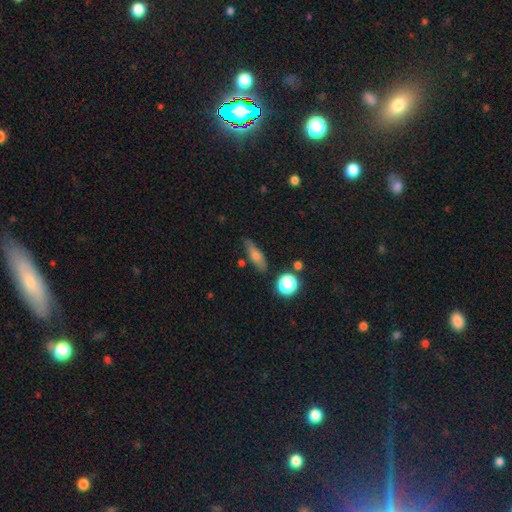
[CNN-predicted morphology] The model was most divided on "how rounded": cigar-shaped: 47%, in between: 45%, round: 8%. More confident: merging — none (76%); smooth or featured — smooth (62%).